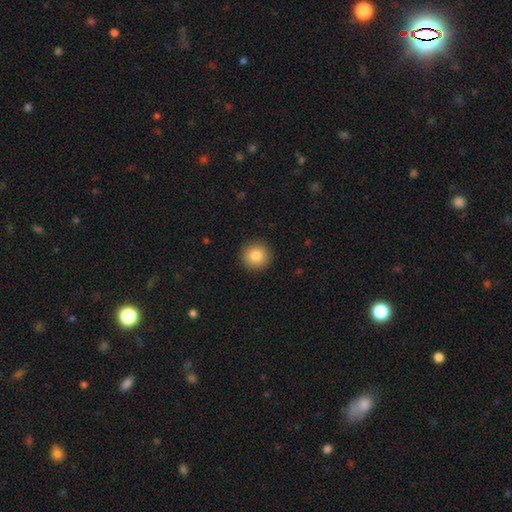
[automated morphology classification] Smooth or featured? Predicted: smooth (p=0.85). How rounded? Predicted: round (p=0.95). Merging? Predicted: none (p=0.92).